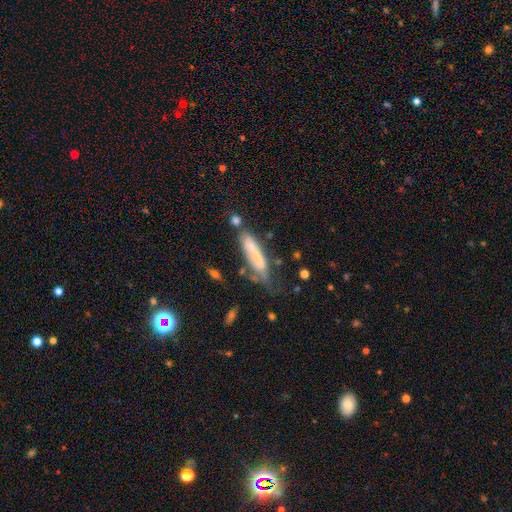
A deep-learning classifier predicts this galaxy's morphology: This appears to be a smooth galaxy with no disk features (54%) that is cigar-shaped (72%). Merging: none (38%).